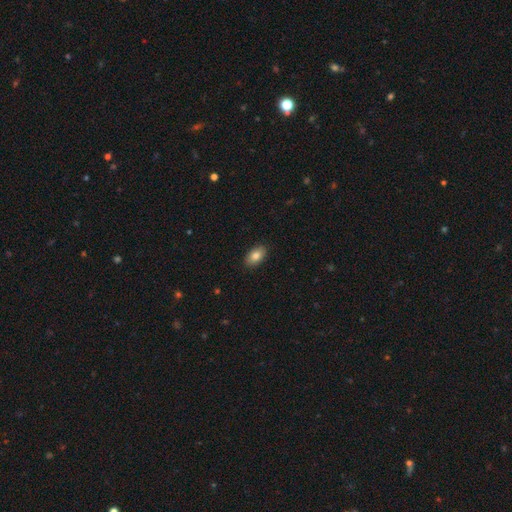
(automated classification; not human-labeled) Overall: smooth (84%). How rounded: in between (92%). Merging: none (89%).